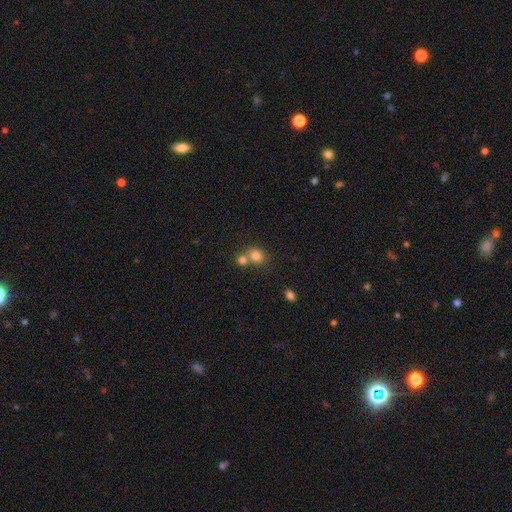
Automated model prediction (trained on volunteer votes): Overall: smooth (81%). How rounded: round (79%). Merging: none (48%; merger 42%).